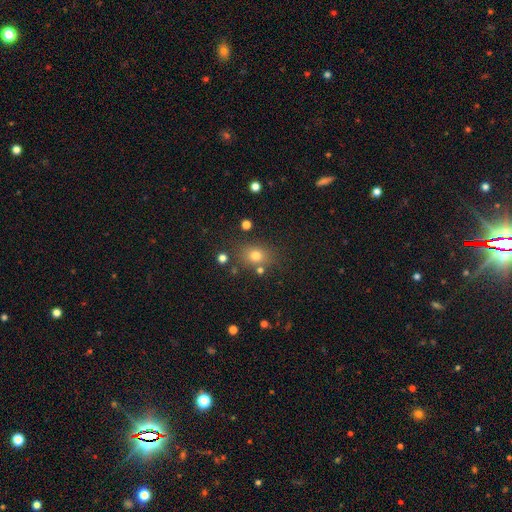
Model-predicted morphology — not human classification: Overall: smooth (74%). How rounded: round (51%; in between 48%). Merging: none (77%).